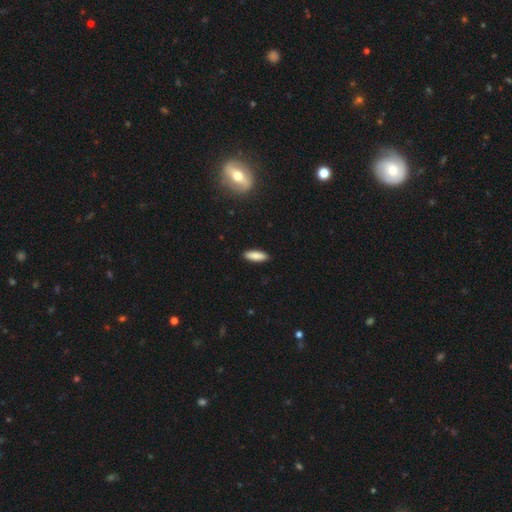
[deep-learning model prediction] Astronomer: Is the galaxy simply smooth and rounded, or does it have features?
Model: smooth — 85%.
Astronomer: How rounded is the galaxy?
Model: in between — 58% (runner-up: cigar-shaped, 41%).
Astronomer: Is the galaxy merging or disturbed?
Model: none — 90%.